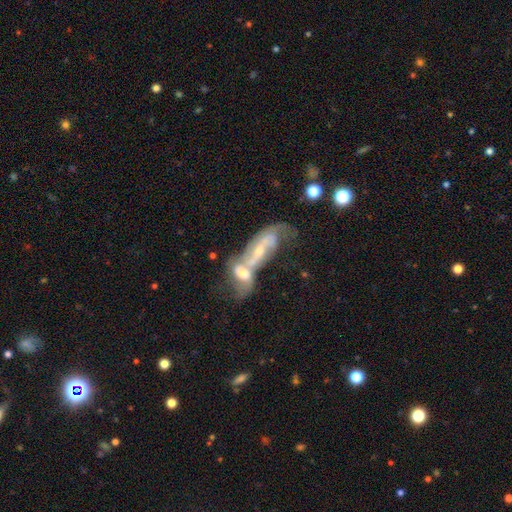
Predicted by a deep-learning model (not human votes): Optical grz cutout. It shows a featured or disk galaxy (64%) with no bar (61%), spiral arms (67%) and a small central bulge (44%). Merging: merger (73%).